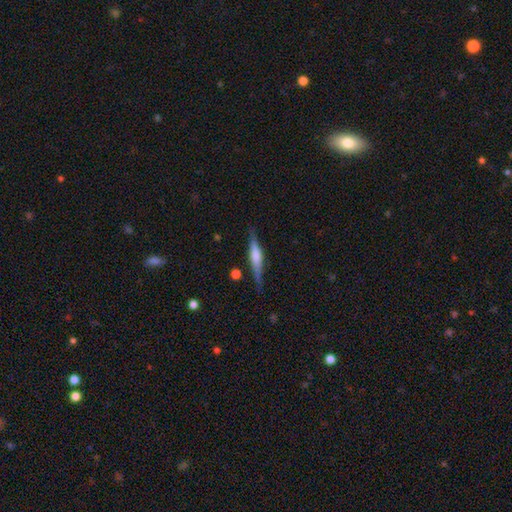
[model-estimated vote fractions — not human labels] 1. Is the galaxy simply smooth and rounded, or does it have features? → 60% featured or disk, 34% smooth, 6% star or artifact.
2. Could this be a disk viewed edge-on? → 96% yes, 4% no.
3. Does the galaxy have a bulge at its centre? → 56% rounded, 32% boxy, 12% none.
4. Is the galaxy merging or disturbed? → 82% none, 13% minor disturbance, 3% major disturbance, 2% merger.